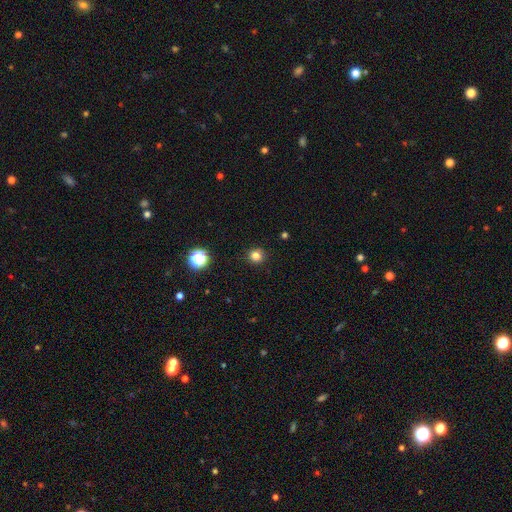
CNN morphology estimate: Smooth or featured? smooth (81%)
How rounded? round (91%)
Merging? none (90%)